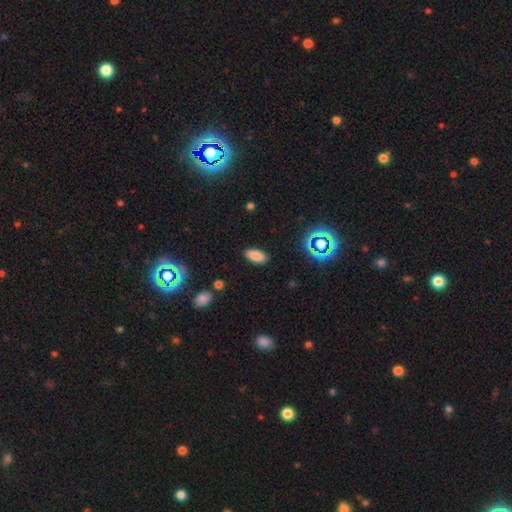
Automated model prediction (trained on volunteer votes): The model was most divided on "smooth or featured": smooth: 83%, star or artifact: 11%, featured or disk: 6%. More confident: how rounded — in between (90%); merging — none (88%).